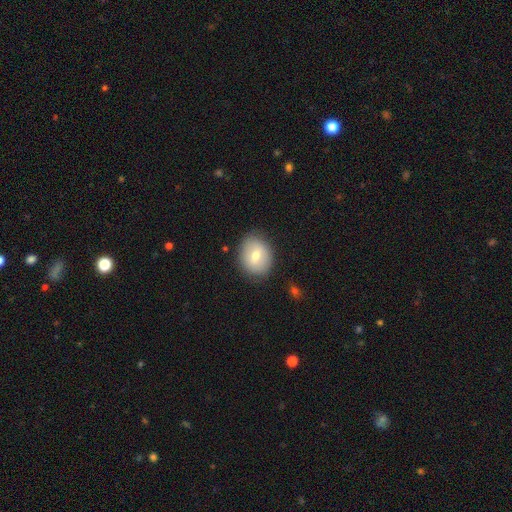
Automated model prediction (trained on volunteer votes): smooth 70%, featured or disk 22%, star or artifact 8%. Down the decision tree: how rounded — round (56%); merging — none (84%).